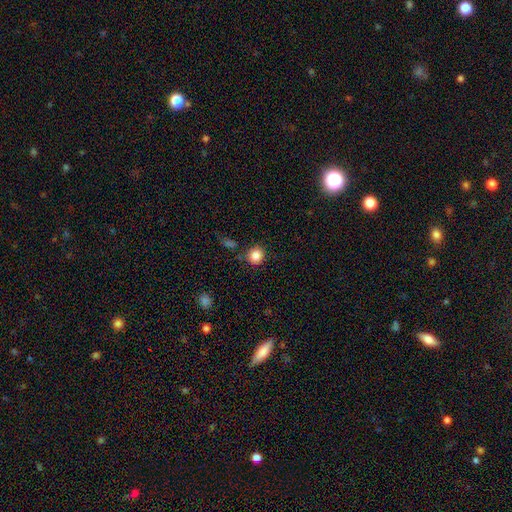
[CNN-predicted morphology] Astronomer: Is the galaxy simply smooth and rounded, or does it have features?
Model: smooth — 86%.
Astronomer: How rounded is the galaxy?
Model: round — 87%.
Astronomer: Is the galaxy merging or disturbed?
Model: none — 83%.